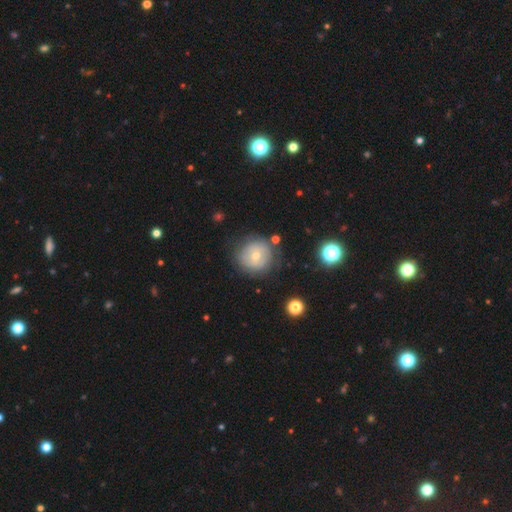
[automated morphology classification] smooth_or_featured: smooth (p=0.57) [alt: featured or disk p=0.34]
how_rounded: round (p=0.91) [alt: in between p=0.08]
merging: none (p=0.72) [alt: minor disturbance p=0.17]